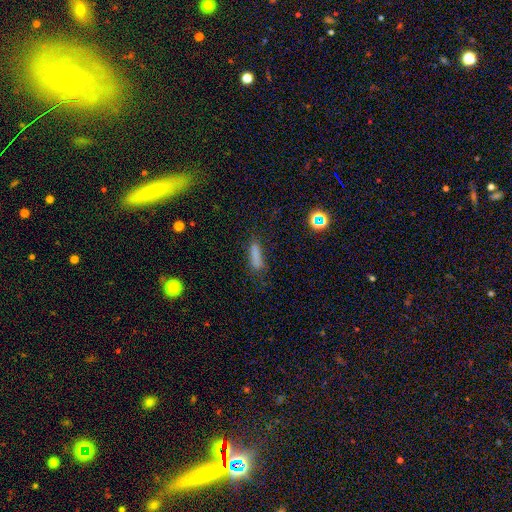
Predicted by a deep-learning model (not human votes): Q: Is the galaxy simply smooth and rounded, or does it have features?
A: smooth — 77%.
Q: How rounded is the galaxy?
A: cigar-shaped — 69%.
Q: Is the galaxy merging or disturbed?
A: none — 66%.